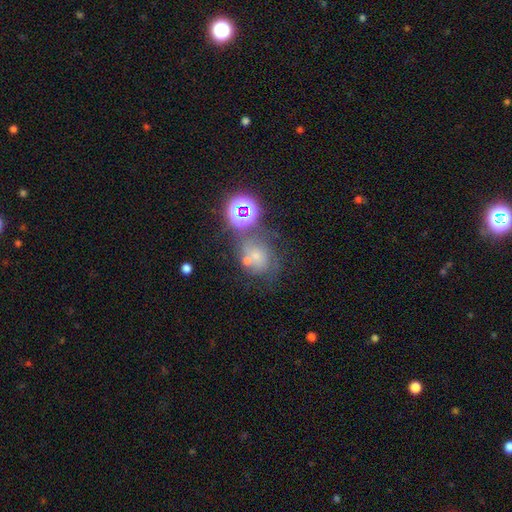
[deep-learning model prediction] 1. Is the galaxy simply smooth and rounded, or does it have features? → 36% featured or disk, 33% smooth, 30% star or artifact.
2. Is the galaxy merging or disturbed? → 45% none, 21% merger, 19% minor disturbance, 15% major disturbance.